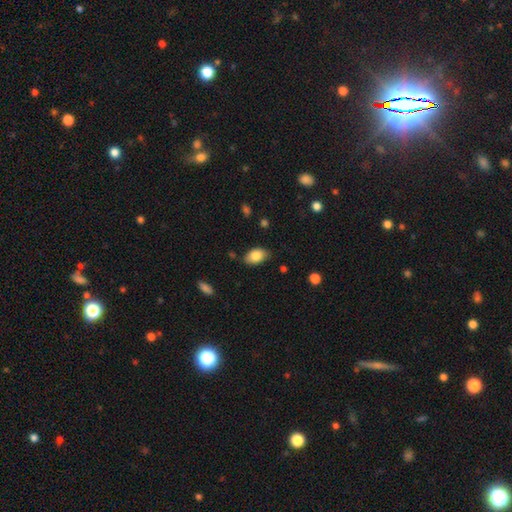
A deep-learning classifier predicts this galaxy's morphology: Overall: smooth (83%). How rounded: in between (91%). Merging: none (79%).